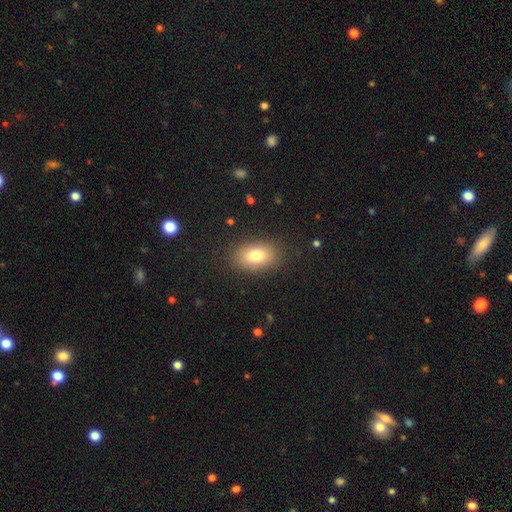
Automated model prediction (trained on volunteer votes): Smooth or featured?
  - smooth: 79% *
  - featured or disk: 11%
  - star or artifact: 10%
How rounded?
  - in between: 83% *
  - round: 15%
  - cigar-shaped: 1%
Merging?
  - none: 85% *
  - minor disturbance: 10%
  - major disturbance: 4%
  - merger: 1%